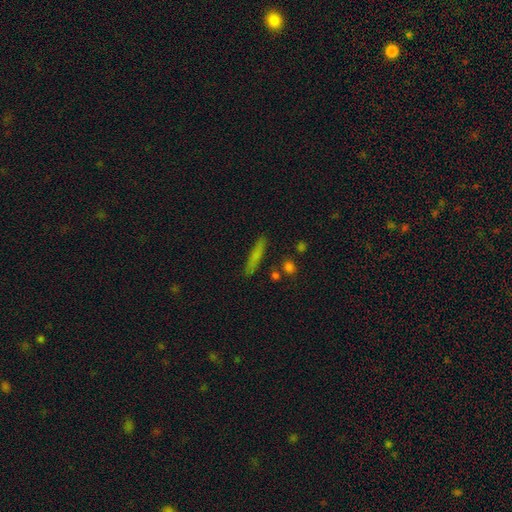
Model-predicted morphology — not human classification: smooth 71%, featured or disk 21%, star or artifact 8%. Down the decision tree: how rounded — cigar-shaped (90%); merging — none (86%).